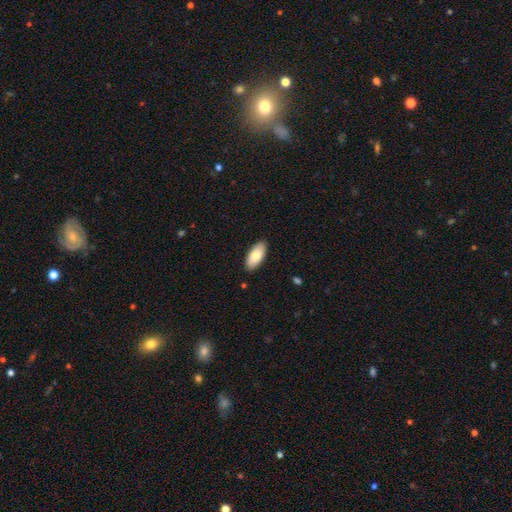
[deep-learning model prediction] Q: Smooth or featured?
A: smooth (81%); runner-up: featured or disk (13%)
Q: How rounded?
A: in between (91%); runner-up: cigar-shaped (8%)
Q: Merging?
A: none (89%); runner-up: minor disturbance (8%)